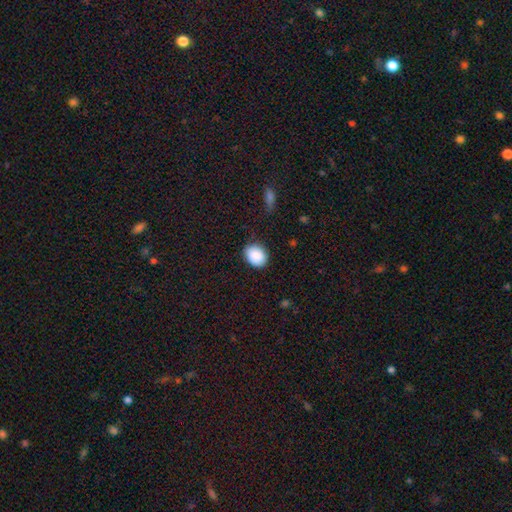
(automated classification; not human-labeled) Overall: smooth (89%). How rounded: in between (59%; round 40%). Merging: none (81%).